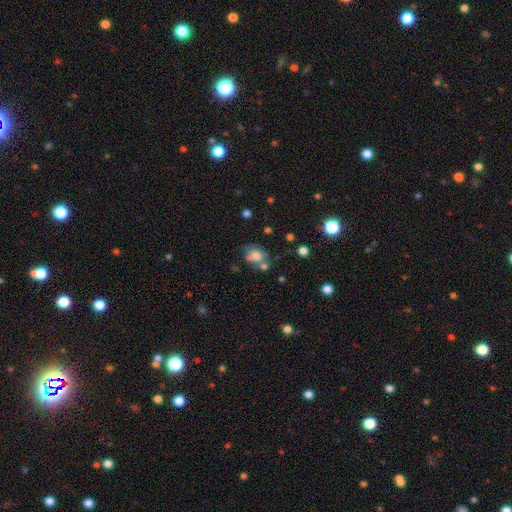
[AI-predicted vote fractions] Smooth or featured: smooth — 70% (featured or disk — 19%)
How rounded: in between — 50% (round — 49%)
Merging: none — 47% (merger — 24%)